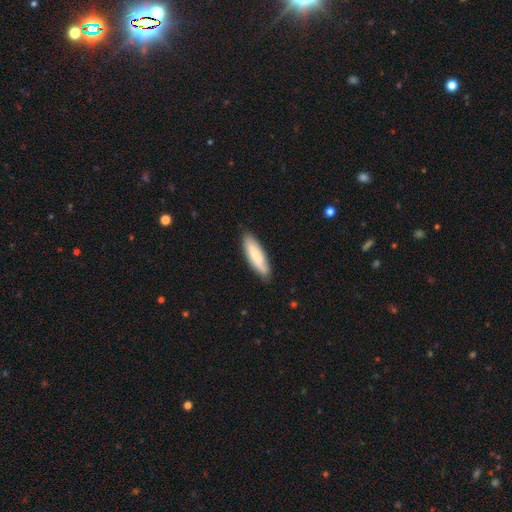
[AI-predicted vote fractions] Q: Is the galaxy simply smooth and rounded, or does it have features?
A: smooth — 70%.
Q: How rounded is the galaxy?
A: cigar-shaped — 53%.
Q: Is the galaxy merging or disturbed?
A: none — 82%.